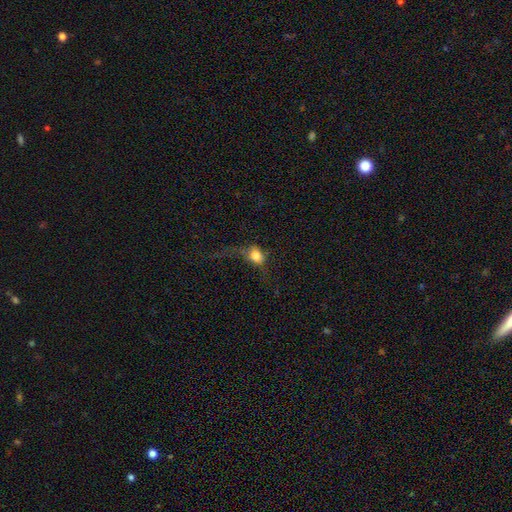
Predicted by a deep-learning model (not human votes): Smooth or featured: smooth — 75% (featured or disk — 15%)
How rounded: in between — 54% (round — 43%)
Merging: major disturbance — 44% (none — 30%)